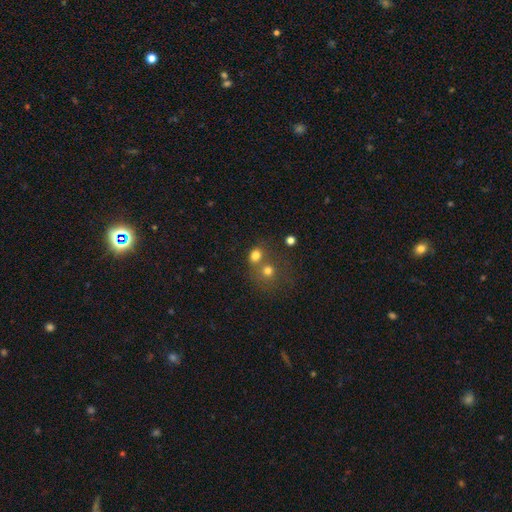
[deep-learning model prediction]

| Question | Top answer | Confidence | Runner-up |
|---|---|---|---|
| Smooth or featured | smooth | 75% | star or artifact (14%) |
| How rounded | round | 61% | in between (38%) |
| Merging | none | 44% | merger (41%) |